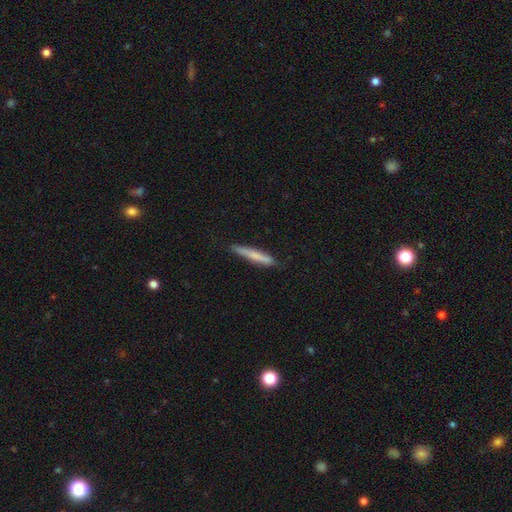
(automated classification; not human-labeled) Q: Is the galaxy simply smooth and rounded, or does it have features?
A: smooth — 69%.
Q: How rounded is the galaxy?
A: cigar-shaped — 95%.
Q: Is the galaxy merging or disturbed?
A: none — 83%.